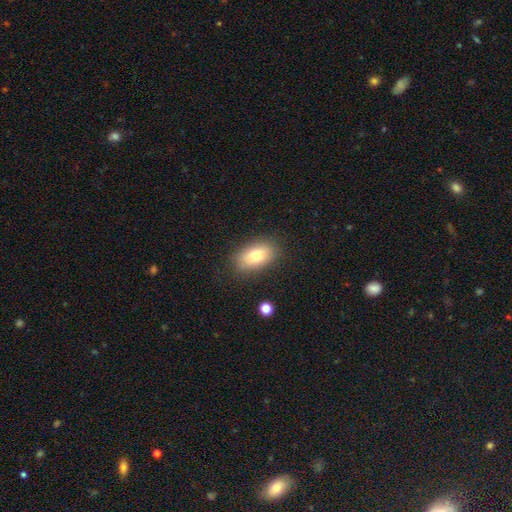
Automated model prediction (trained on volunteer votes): This appears to be a smooth galaxy with no disk features (80%) that is in between round and cigar-shaped (90%). Merging: none (81%).